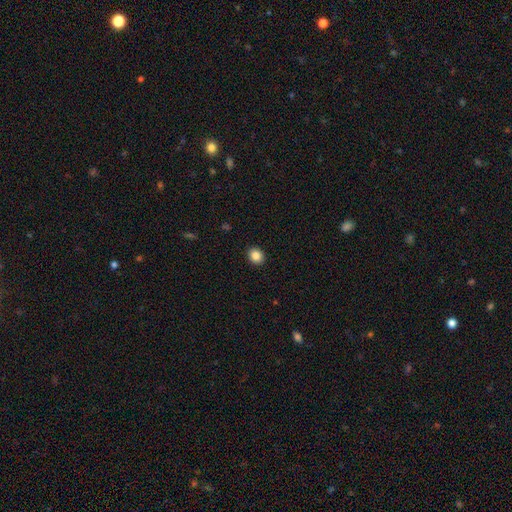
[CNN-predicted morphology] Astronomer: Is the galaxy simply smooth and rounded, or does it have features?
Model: smooth — 86%.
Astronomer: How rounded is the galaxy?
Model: round — 64%.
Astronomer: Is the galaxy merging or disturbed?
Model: none — 92%.